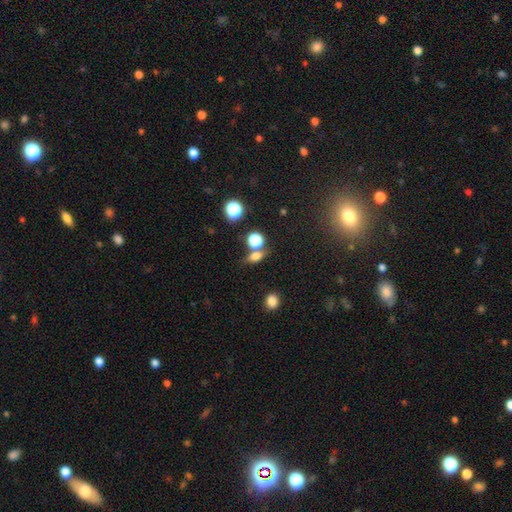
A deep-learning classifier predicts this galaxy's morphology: Overall: smooth (70%). How rounded: in between (58%; round 32%). Merging: none (60%; merger 22%).